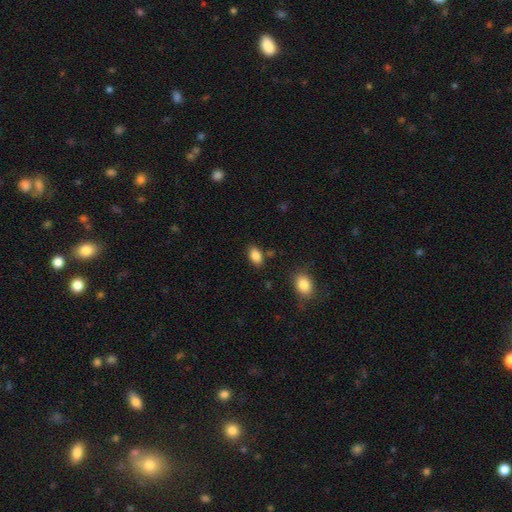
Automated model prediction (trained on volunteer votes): Q: Smooth or featured?
A: smooth (87%); runner-up: star or artifact (8%)
Q: How rounded?
A: in between (90%); runner-up: round (9%)
Q: Merging?
A: none (81%); runner-up: minor disturbance (12%)